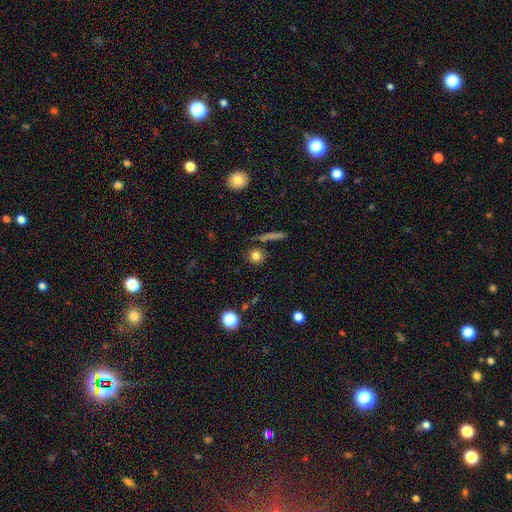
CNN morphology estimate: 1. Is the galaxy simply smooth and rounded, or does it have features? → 79% smooth, 13% star or artifact, 8% featured or disk.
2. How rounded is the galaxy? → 90% round, 8% in between, 3% cigar-shaped.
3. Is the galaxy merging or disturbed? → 82% none, 9% minor disturbance, 6% merger, 3% major disturbance.